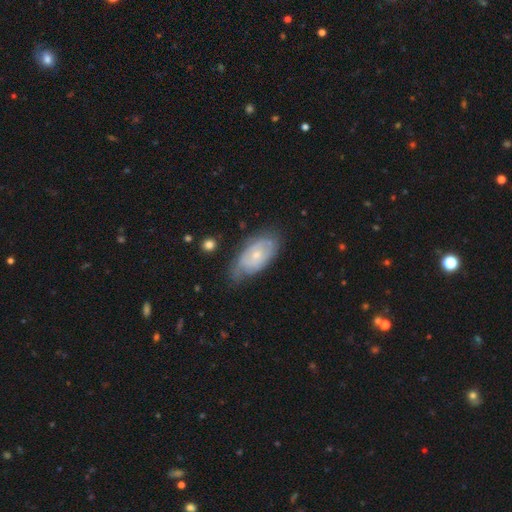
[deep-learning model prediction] This is likely a featured or disk galaxy (60%). It is clearly not viewed edge-on (93%). Bar: likely no (80%). Spiral arm pattern: likely yes (68%). Central bulge: likely small (67%). Merging: possibly none (56%).